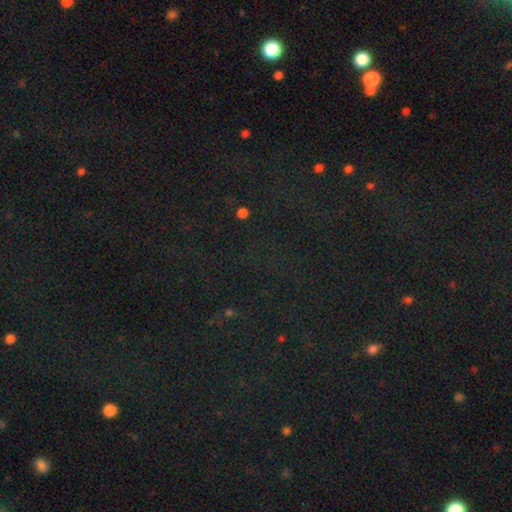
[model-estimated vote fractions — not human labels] smooth-or-featured: star or artifact: 80% | smooth: 12% | featured or disk: 8%